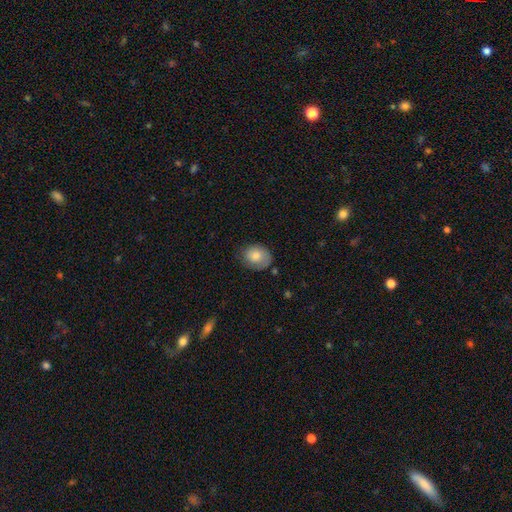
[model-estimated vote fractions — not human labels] smooth-or-featured: smooth: 77% | featured or disk: 15% | star or artifact: 8%
  how-rounded: round: 51% | in between: 48% | cigar-shaped: 1%
  merging: none: 69% | minor disturbance: 24% | major disturbance: 6% | merger: 2%